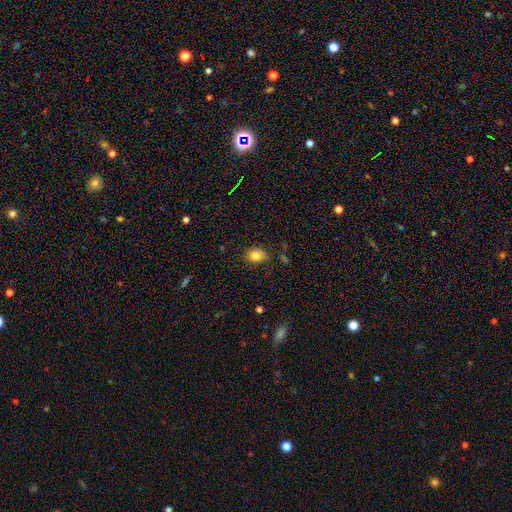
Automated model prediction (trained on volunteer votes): smooth 82%, star or artifact 11%, featured or disk 7%. Down the decision tree: how rounded — in between (52%); merging — none (78%).